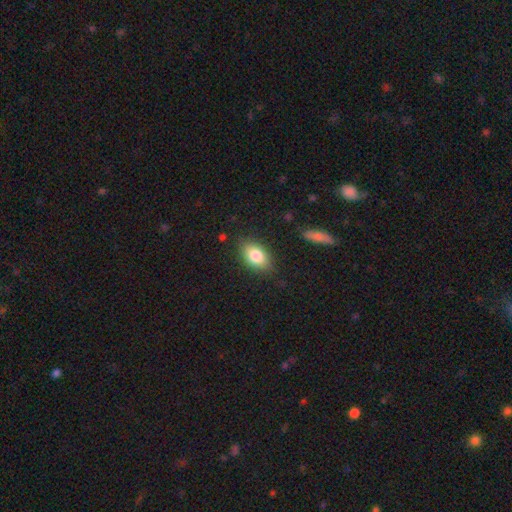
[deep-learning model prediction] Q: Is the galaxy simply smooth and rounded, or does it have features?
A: smooth — 82%.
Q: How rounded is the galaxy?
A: in between — 88%.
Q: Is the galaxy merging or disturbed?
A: none — 83%.